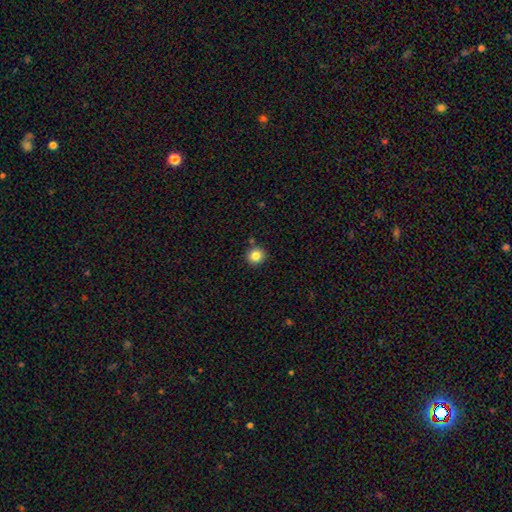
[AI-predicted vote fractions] smooth 84%, star or artifact 11%, featured or disk 6%. Down the decision tree: how rounded — round (92%); merging — none (86%).